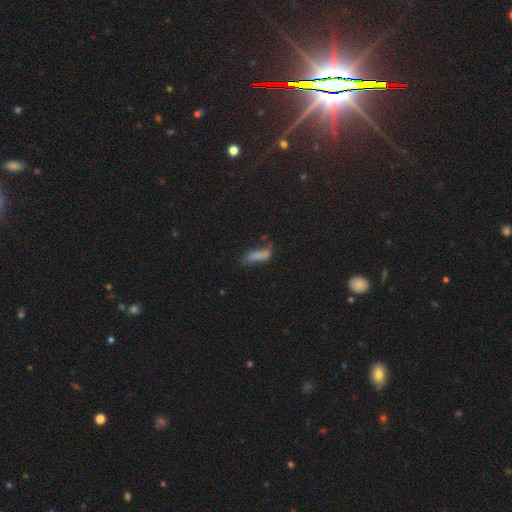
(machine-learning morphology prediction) This appears to be a smooth galaxy with no disk features (65%) that is cigar-shaped (52%). Merging: none (46%).